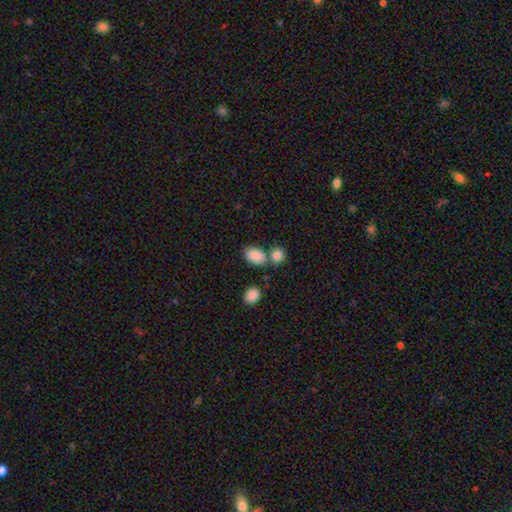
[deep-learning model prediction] Smooth or featured? Predicted: smooth (p=0.86). How rounded? Predicted: in between (p=0.84). Merging? Predicted: none (p=0.59).